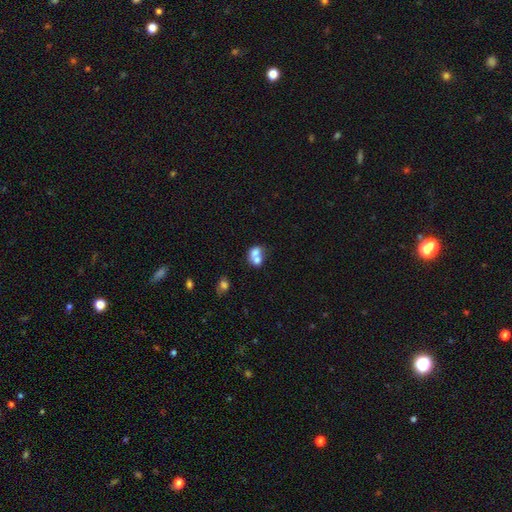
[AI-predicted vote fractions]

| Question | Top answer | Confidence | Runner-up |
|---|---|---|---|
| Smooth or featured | smooth | 68% | featured or disk (22%) |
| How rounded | in between | 51% | round (48%) |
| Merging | merger | 68% | none (20%) |